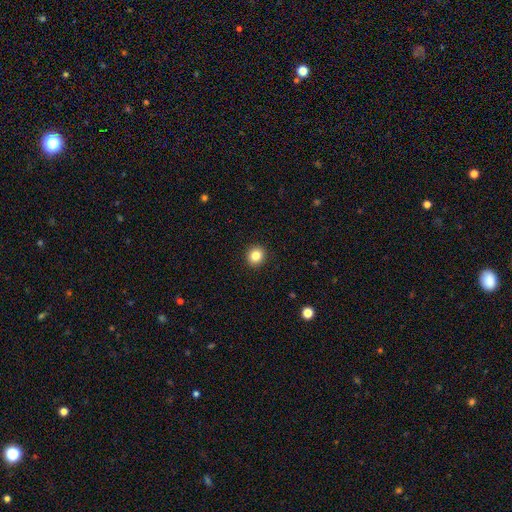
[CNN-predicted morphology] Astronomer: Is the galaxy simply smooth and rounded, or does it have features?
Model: smooth — 84%.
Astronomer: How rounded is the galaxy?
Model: round — 86%.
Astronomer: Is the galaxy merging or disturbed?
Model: none — 93%.